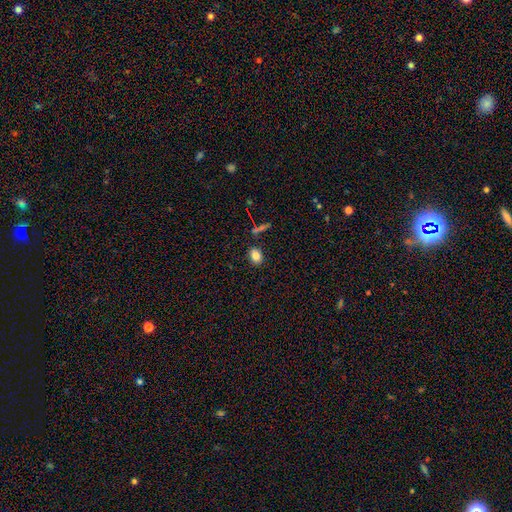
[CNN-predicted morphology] The model was most divided on "how rounded": in between: 62%, round: 36%, cigar-shaped: 2%. More confident: merging — none (84%); smooth or featured — smooth (83%).